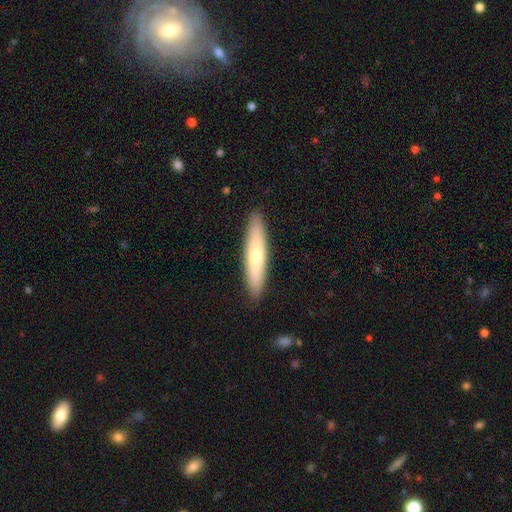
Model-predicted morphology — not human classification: Smooth or featured? Predicted: smooth (p=0.60). How rounded? Predicted: cigar-shaped (p=0.84). Merging? Predicted: none (p=0.90).